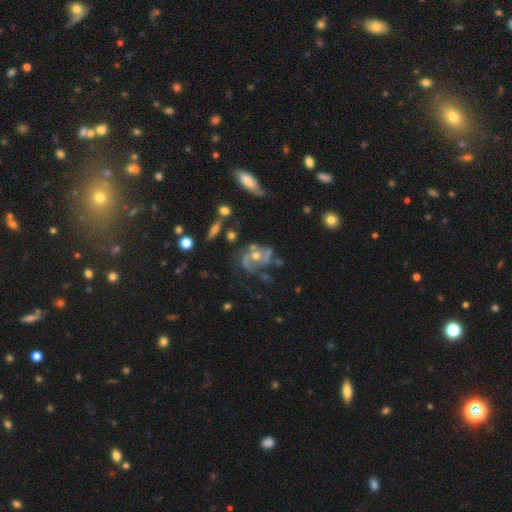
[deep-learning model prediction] Q: Smooth or featured?
A: featured or disk (73%); runner-up: smooth (17%)
Q: Edge-on disk?
A: no (95%); runner-up: yes (5%)
Q: Bar?
A: no (74%); runner-up: weak (20%)
Q: Spiral arms?
A: yes (74%); runner-up: no (26%)
Q: Spiral winding?
A: medium (43%); runner-up: loose (33%)
Q: Spiral arm count?
A: 2 (48%); runner-up: can't tell (26%)
Q: Bulge size?
A: moderate (66%); runner-up: small (25%)
Q: Merging?
A: none (46%); runner-up: minor disturbance (23%)